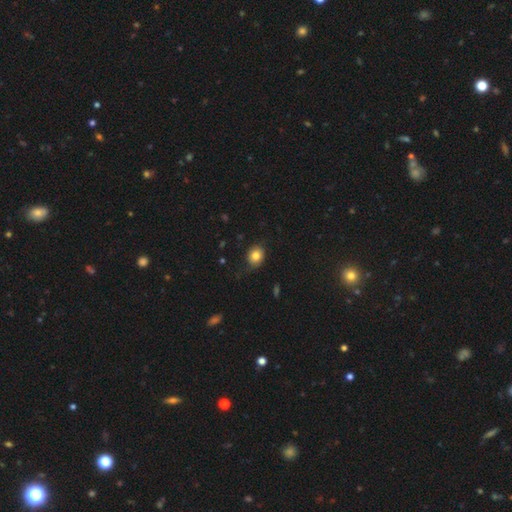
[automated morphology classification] A smooth galaxy with no disk features (81%) that is round (61%). Merging: none (77%).